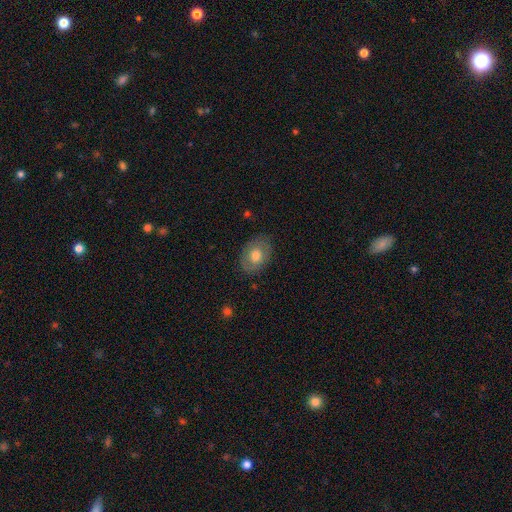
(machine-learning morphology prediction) type=smooth (68%); roundness=in between (77%); merging=none (82%).